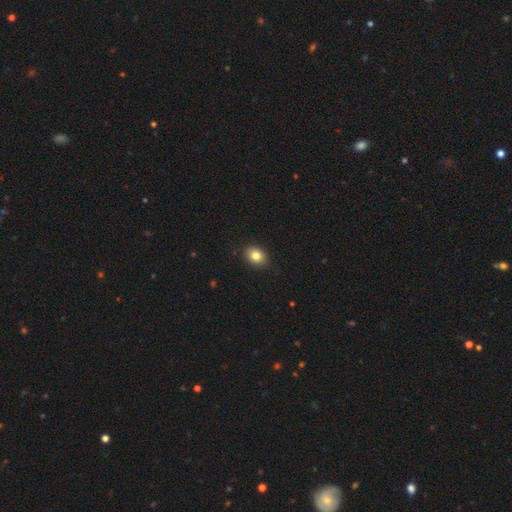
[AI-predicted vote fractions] Overall: smooth (83%). How rounded: in between (57%; round 42%). Merging: none (90%).